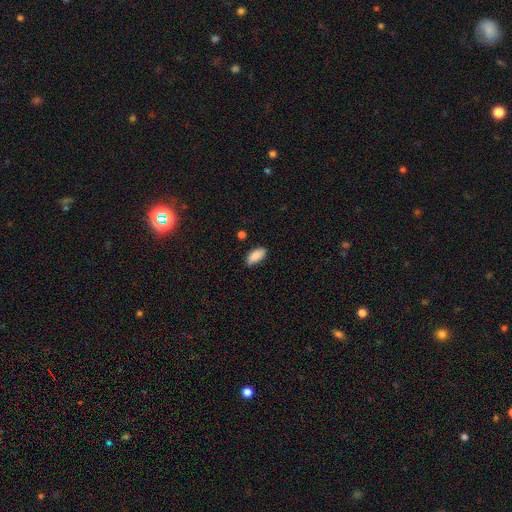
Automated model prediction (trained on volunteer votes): A smooth galaxy with no disk features (88%) that is in between round and cigar-shaped (92%). Merging: none (78%).